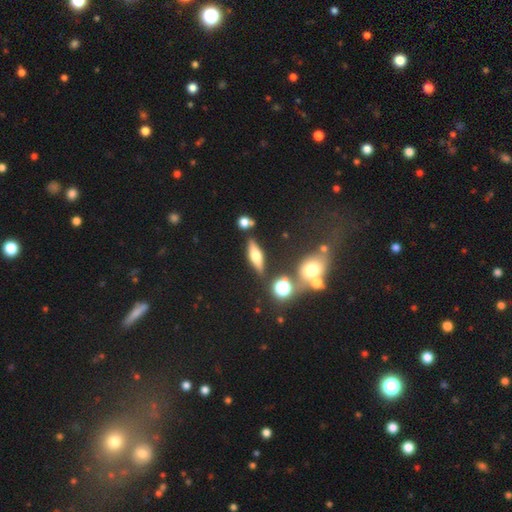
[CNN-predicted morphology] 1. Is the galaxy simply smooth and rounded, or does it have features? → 54% featured or disk, 35% smooth, 12% star or artifact.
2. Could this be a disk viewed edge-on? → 90% yes, 10% no.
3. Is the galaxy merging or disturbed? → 79% none, 10% minor disturbance, 7% merger, 4% major disturbance.